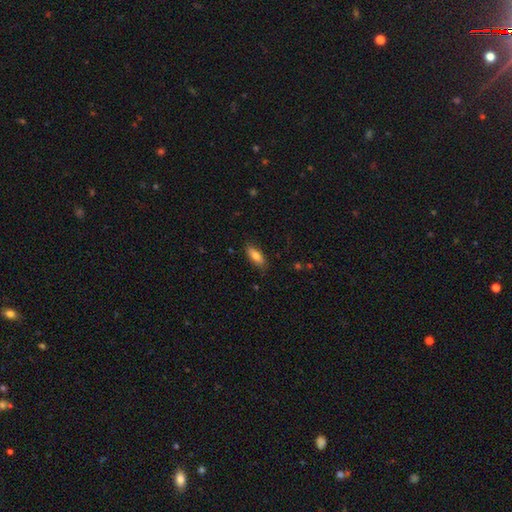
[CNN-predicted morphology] smooth 79%, featured or disk 14%, star or artifact 7%. Down the decision tree: how rounded — in between (75%); merging — none (82%).